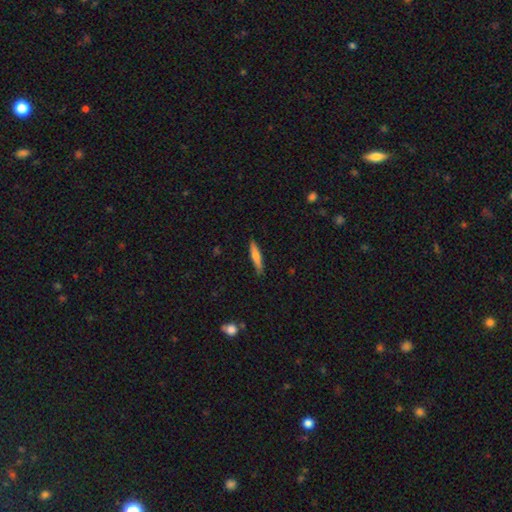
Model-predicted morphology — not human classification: A smooth galaxy with no disk features (63%) that is cigar-shaped (86%). Merging: none (87%).